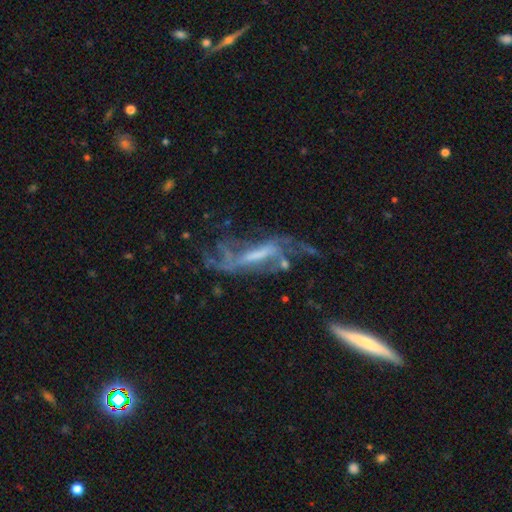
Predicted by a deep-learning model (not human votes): Morphology: type=featured or disk (75%); edge-on=no (74%); bar=strong (48%); spiral arms=yes (71%); bulge=moderate (31%, tied with none); merging=none (38%).